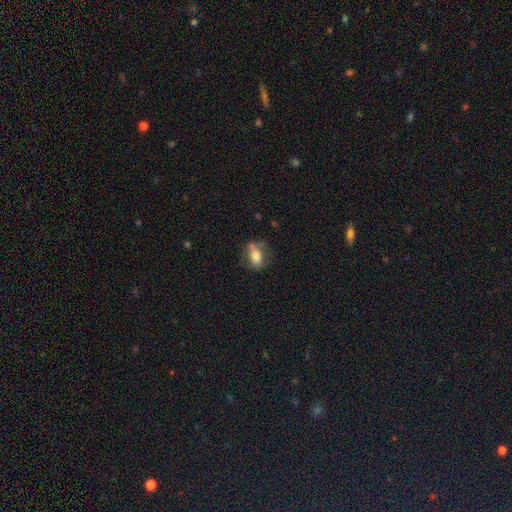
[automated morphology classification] Smooth or featured: smooth — 69% (featured or disk — 22%)
How rounded: in between — 80% (round — 11%)
Merging: none — 56% (minor disturbance — 27%)